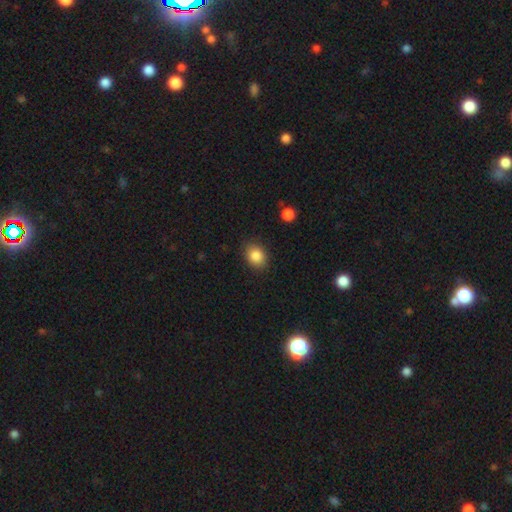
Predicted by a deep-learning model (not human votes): This is clearly a smooth galaxy (86%). How rounded: possibly in between (52%). Merging: clearly none (85%).